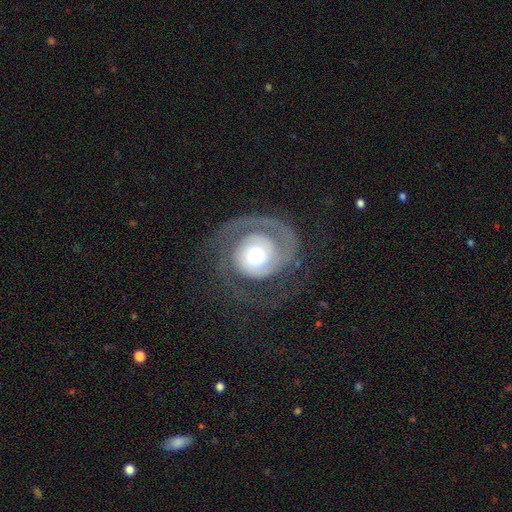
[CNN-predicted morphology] Smooth or featured?
  - featured or disk: 84% *
  - smooth: 11%
  - star or artifact: 5%
Edge-on disk?
  - no: 98% *
  - yes: 2%
Bar?
  - no: 77% *
  - weak: 18%
  - strong: 5%
Spiral arms?
  - yes: 95% *
  - no: 5%
Spiral winding?
  - tight: 61% *
  - medium: 28%
  - loose: 11%
Spiral arm count?
  - 1: 55% *
  - 2: 30%
  - can't tell: 7%
  - 3: 4%
  - 4: 2%
  - more than 4: 2%
Bulge size?
  - moderate: 58% *
  - small: 20%
  - large: 18%
  - dominant: 3%
  - none: 1%
Merging?
  - none: 63% *
  - major disturbance: 22%
  - minor disturbance: 14%
  - merger: 2%